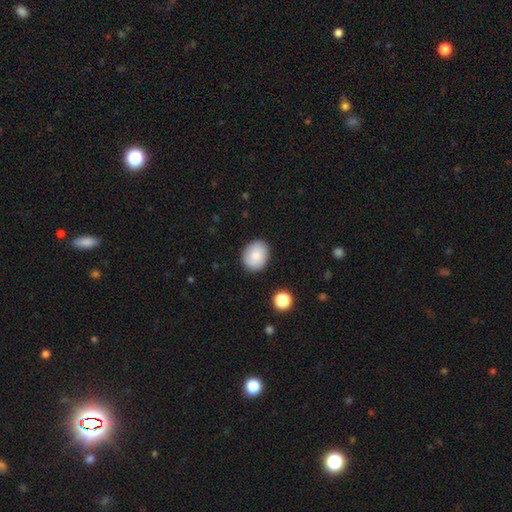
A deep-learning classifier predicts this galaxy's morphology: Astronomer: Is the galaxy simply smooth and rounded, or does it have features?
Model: smooth — 85%.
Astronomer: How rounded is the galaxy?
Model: round — 56% (runner-up: in between, 43%).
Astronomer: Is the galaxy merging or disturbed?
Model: none — 87%.